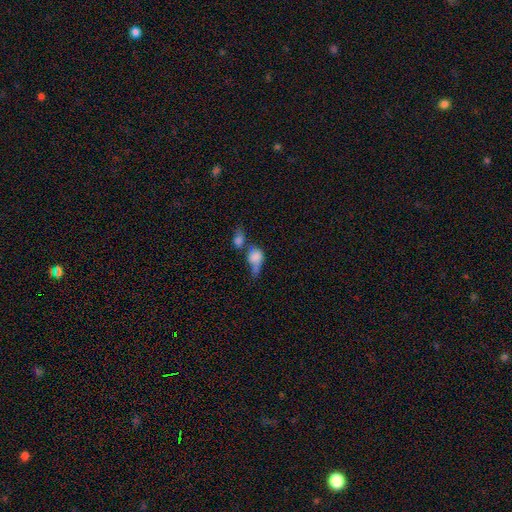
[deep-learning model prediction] Smooth or featured?
  - smooth: 68% *
  - featured or disk: 22%
  - star or artifact: 10%
How rounded?
  - in between: 68% *
  - round: 27%
  - cigar-shaped: 5%
Merging?
  - merger: 53% *
  - major disturbance: 19%
  - none: 15%
  - minor disturbance: 13%